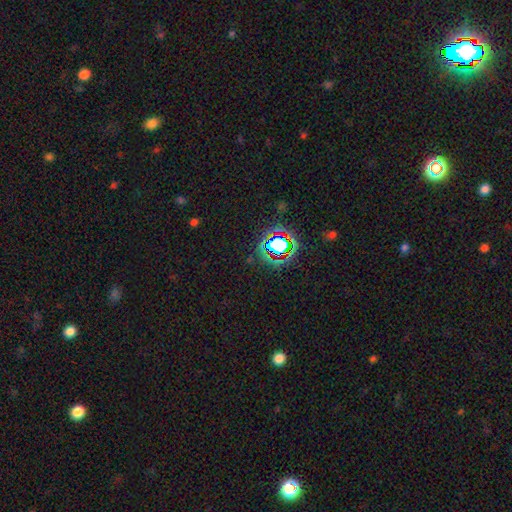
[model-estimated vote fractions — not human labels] Overall: star or artifact (76%).